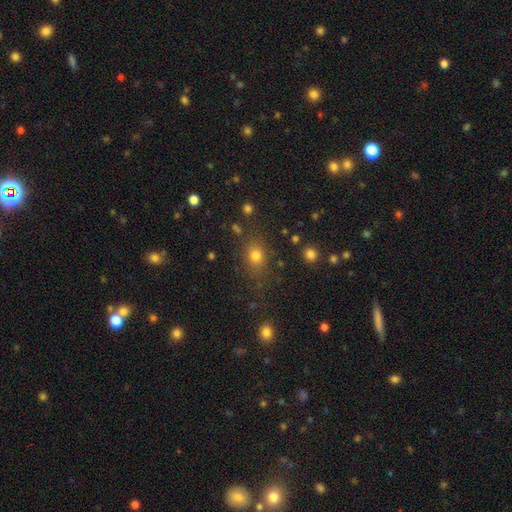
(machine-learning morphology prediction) A smooth galaxy with no disk features (76%) that is in between round and cigar-shaped (50%).

Vote fractions:
- Smooth or featured? smooth: 76% / star or artifact: 16% / featured or disk: 8%
- How rounded? in between: 50% / round: 47% / cigar-shaped: 2%
- Merging? none: 77% / minor disturbance: 13% / major disturbance: 6% / merger: 4%